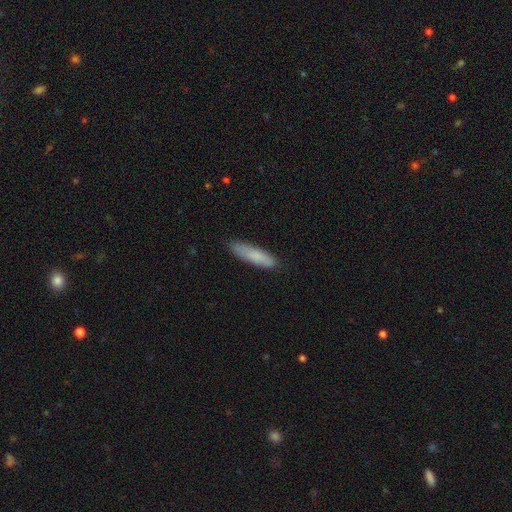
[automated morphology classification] smooth-or-featured: smooth: 82% | featured or disk: 12% | star or artifact: 6%
  how-rounded: cigar-shaped: 78% | in between: 21% | round: 1%
  merging: none: 84% | minor disturbance: 12% | major disturbance: 2% | merger: 1%